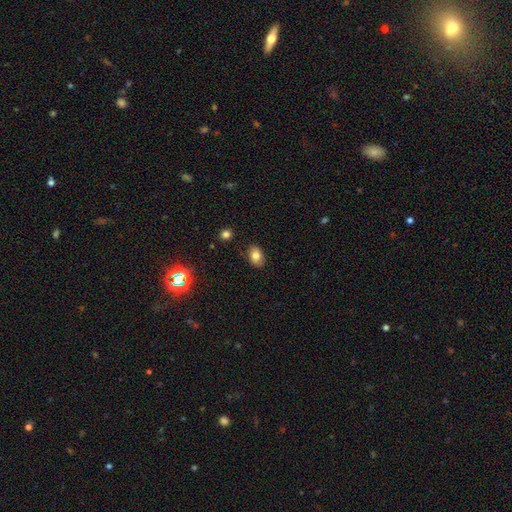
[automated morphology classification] Overall: smooth (79%). How rounded: in between (83%). Merging: none (85%).